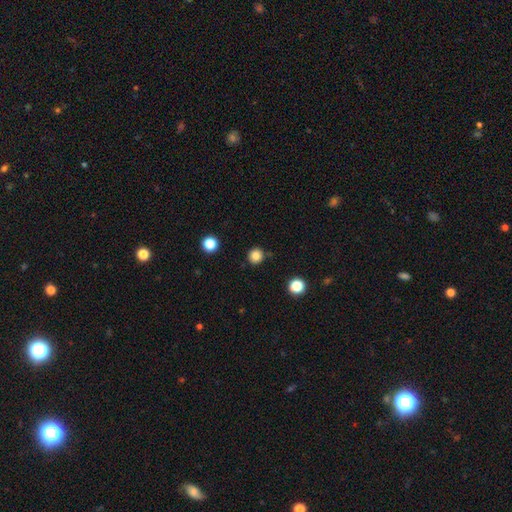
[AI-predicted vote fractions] The model was most divided on "smooth or featured": smooth: 83%, star or artifact: 12%, featured or disk: 4%. More confident: how rounded — round (93%); merging — none (87%).